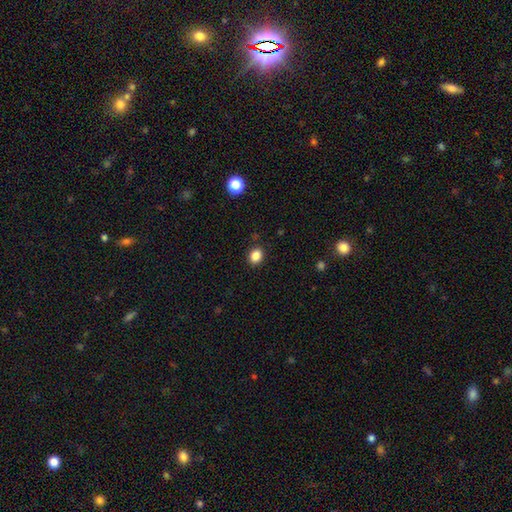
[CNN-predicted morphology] Smooth or featured: smooth — 86% (star or artifact — 11%)
How rounded: in between — 50% (round — 49%)
Merging: none — 89% (minor disturbance — 8%)